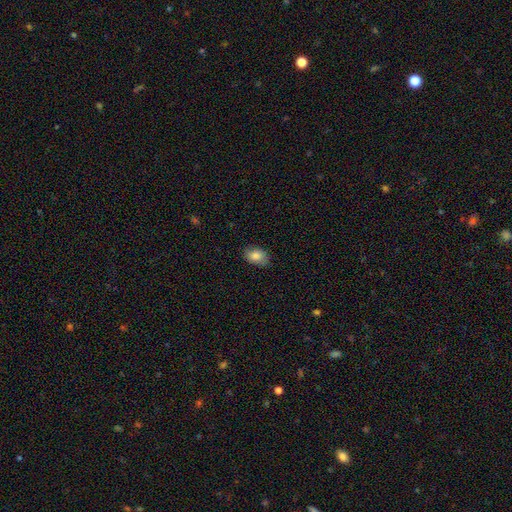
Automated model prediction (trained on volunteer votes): Smooth or featured: smooth — 83% (featured or disk — 10%)
How rounded: in between — 83% (round — 16%)
Merging: none — 83% (minor disturbance — 14%)